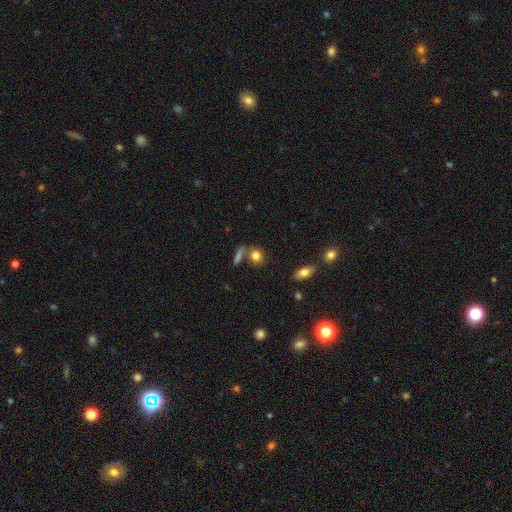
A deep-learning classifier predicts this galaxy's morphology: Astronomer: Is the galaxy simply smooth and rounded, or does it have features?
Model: smooth — 81%.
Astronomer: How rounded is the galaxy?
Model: round — 59% (runner-up: in between, 37%).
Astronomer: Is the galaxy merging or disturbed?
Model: none — 60%.